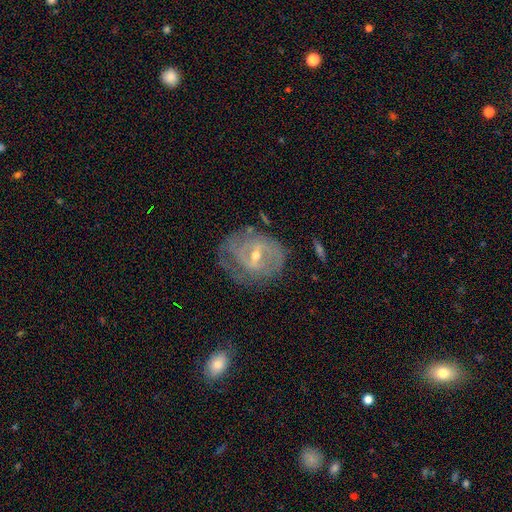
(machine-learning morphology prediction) The model was most divided on "spiral arm count": 2: 41%, can't tell: 38%, 1: 8%, 3: 8%, 4: 3%, more than 4: 2%. More confident: edge-on disk — no (96%); smooth or featured — featured or disk (80%); spiral arms — yes (79%); merging — none (57%); spiral winding — tight (55%); bar — weak (51%); bulge size — moderate (50%).